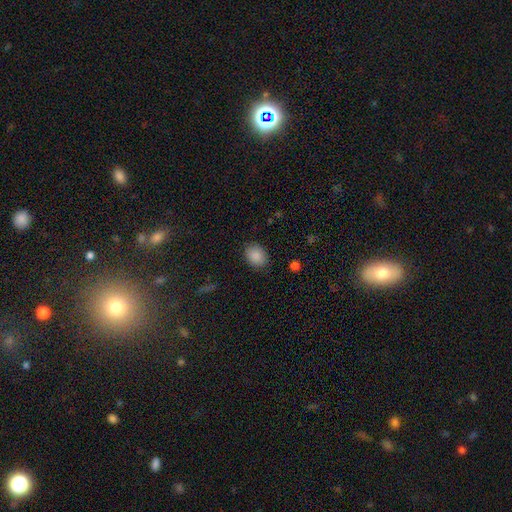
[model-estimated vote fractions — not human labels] smooth-or-featured: smooth: 88% | star or artifact: 8% | featured or disk: 4%
  how-rounded: in between: 65% | round: 34% | cigar-shaped: 1%
  merging: none: 86% | minor disturbance: 10% | major disturbance: 3% | merger: 1%